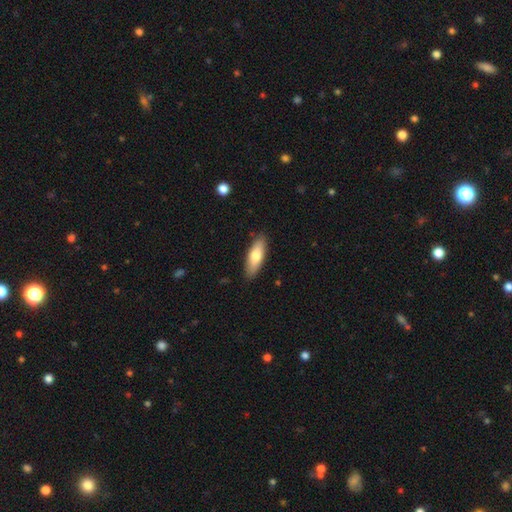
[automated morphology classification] This appears to be a smooth galaxy with no disk features (74%) that is in between round and cigar-shaped (59%). Merging: none (87%).